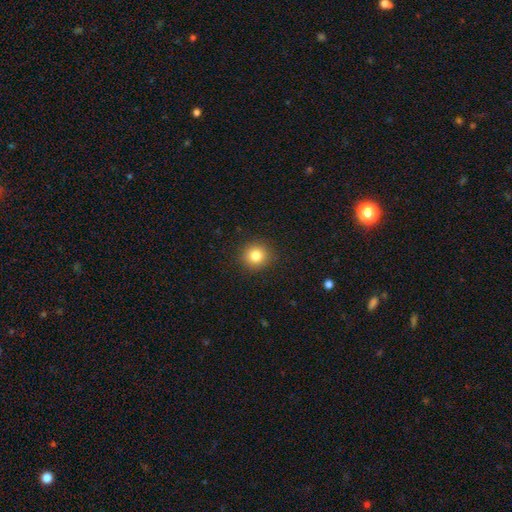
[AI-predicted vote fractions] Smooth or featured? smooth (82%)
How rounded? round (92%)
Merging? none (91%)